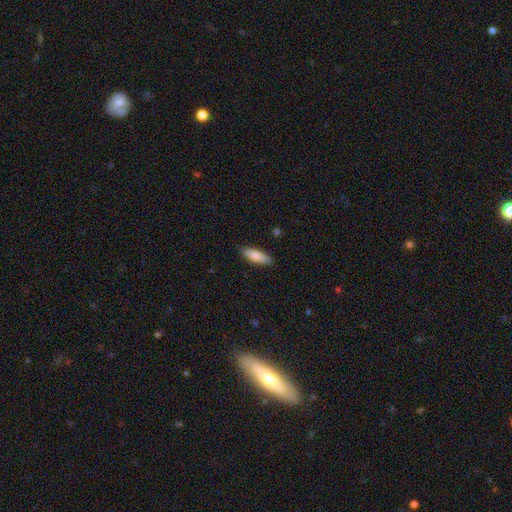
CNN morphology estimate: Smooth or featured? Predicted: smooth (p=0.81). How rounded? Predicted: cigar-shaped (p=0.51). Merging? Predicted: none (p=0.87).